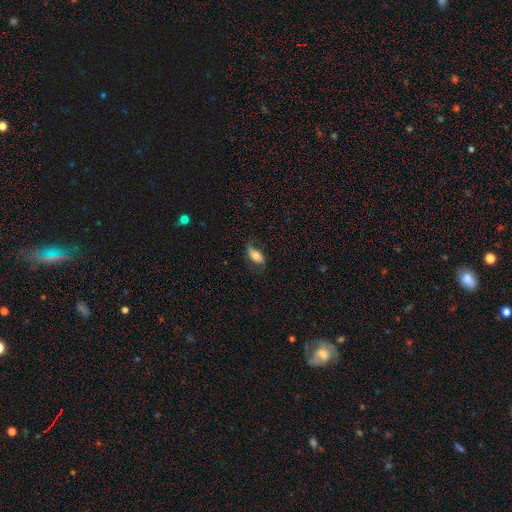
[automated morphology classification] smooth-or-featured: smooth: 71% | featured or disk: 22% | star or artifact: 7%
  how-rounded: in between: 87% | cigar-shaped: 9% | round: 4%
  merging: none: 69% | minor disturbance: 22% | major disturbance: 8% | merger: 1%